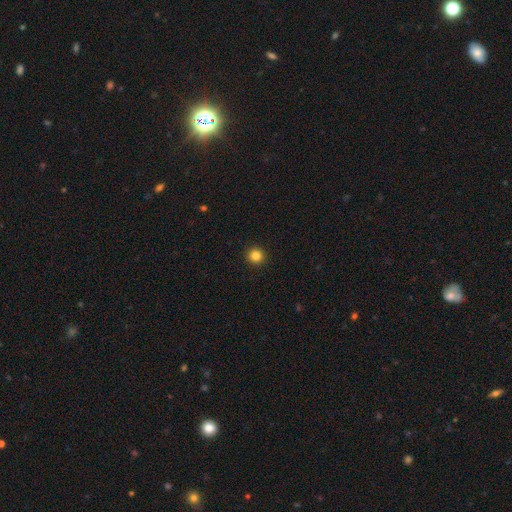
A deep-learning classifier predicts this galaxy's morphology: Smooth or featured?
  - smooth: 84% *
  - star or artifact: 12%
  - featured or disk: 4%
How rounded?
  - round: 95% *
  - in between: 4%
  - cigar-shaped: 1%
Merging?
  - none: 93% *
  - minor disturbance: 4%
  - major disturbance: 1%
  - merger: 1%